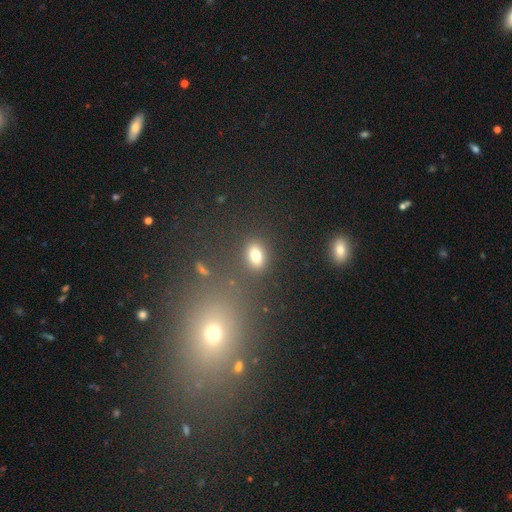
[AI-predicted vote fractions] This appears to be a smooth galaxy with no disk features (77%) that is in between round and cigar-shaped (75%). Merging: none (84%).